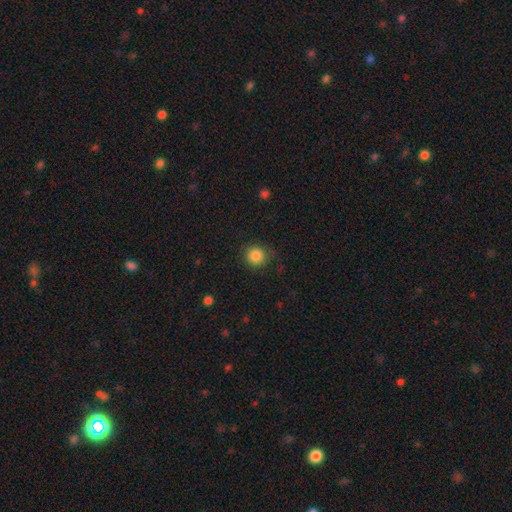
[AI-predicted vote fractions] Smooth or featured? Predicted: smooth (p=0.86). How rounded? Predicted: round (p=0.92). Merging? Predicted: none (p=0.86).